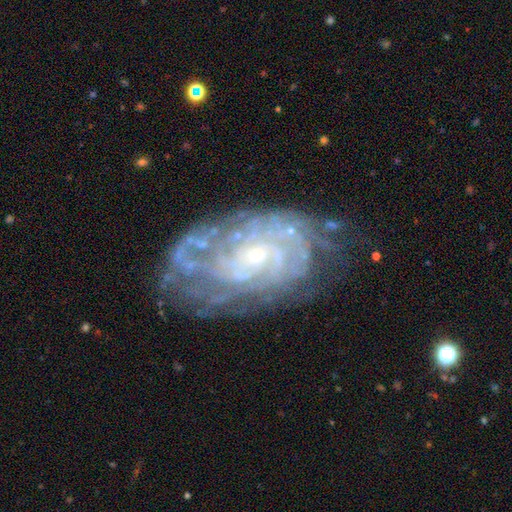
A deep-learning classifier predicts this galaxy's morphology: Smooth or featured? featured or disk (85%)
Edge-on disk? no (96%)
Bar? no (72%)
Spiral arms? yes (91%)
Spiral winding? tight (73%)
Spiral arm count? can't tell (49%)
Bulge size? small (74%)
Merging? none (66%)